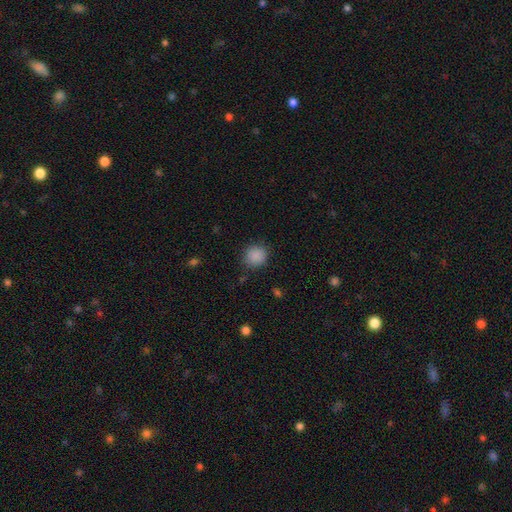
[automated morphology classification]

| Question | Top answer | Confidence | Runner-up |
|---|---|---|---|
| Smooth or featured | smooth | 88% | star or artifact (9%) |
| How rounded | round | 88% | in between (11%) |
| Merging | none | 86% | minor disturbance (10%) |